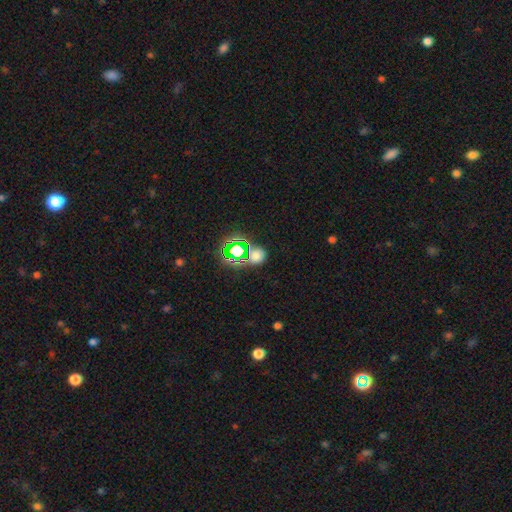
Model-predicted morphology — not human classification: Overall: smooth (52%; star or artifact 41%). How rounded: round (72%). Merging: none (71%).